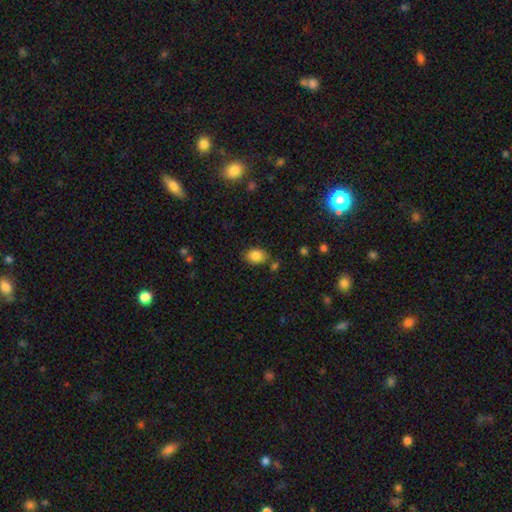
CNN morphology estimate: The model was most divided on "how rounded": in between: 74%, round: 25%, cigar-shaped: 1%. More confident: smooth or featured — smooth (85%); merging — none (77%).